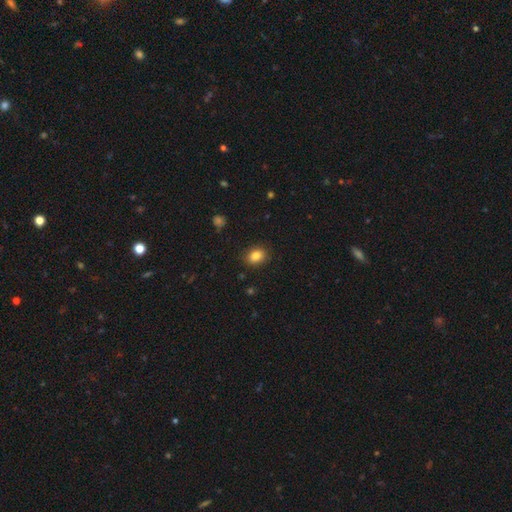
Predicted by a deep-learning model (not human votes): Overall: smooth (85%). How rounded: in between (59%; round 40%). Merging: none (86%).